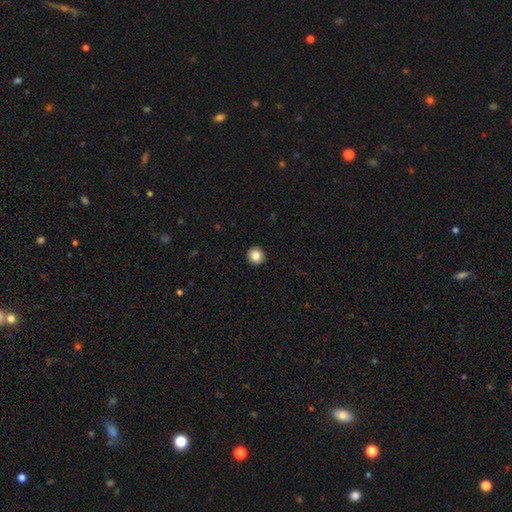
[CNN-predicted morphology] smooth 86%, star or artifact 9%, featured or disk 5%. Down the decision tree: how rounded — round (92%); merging — none (93%).